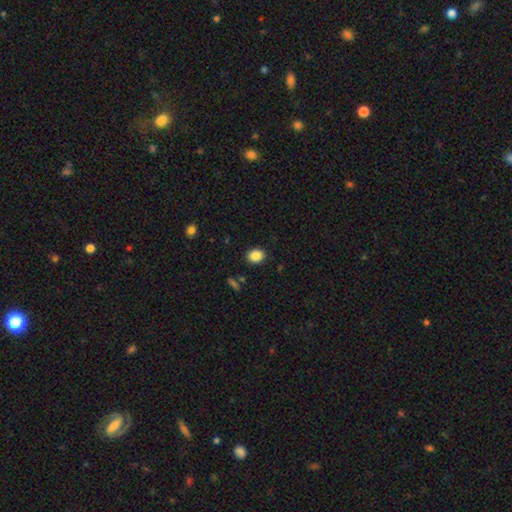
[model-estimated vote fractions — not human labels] A smooth galaxy with no disk features (87%) that is in between round and cigar-shaped (53%).

Vote fractions:
- Smooth or featured? smooth: 87% / star or artifact: 9% / featured or disk: 4%
- How rounded? in between: 53% / round: 46% / cigar-shaped: 1%
- Merging? none: 89% / minor disturbance: 8% / major disturbance: 2% / merger: 2%